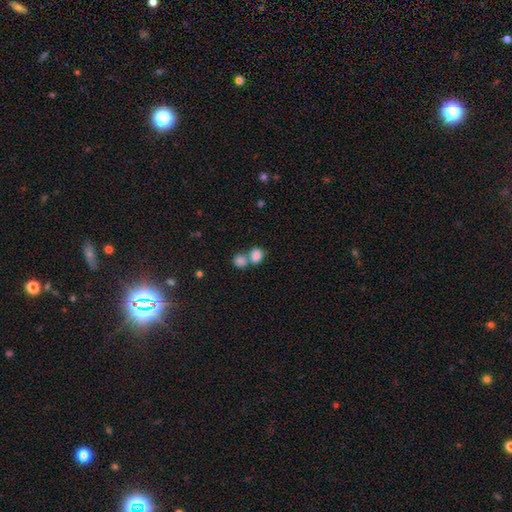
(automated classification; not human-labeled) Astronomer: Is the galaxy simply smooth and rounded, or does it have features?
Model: smooth — 84%.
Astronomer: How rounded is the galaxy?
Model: round — 57% (runner-up: in between, 42%).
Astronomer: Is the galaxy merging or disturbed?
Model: merger — 54% (runner-up: none, 35%).